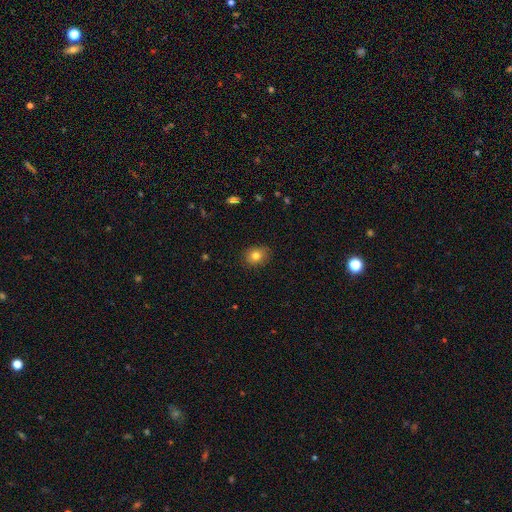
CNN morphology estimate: type=smooth (80%); roundness=round (54%); merging=none (86%).